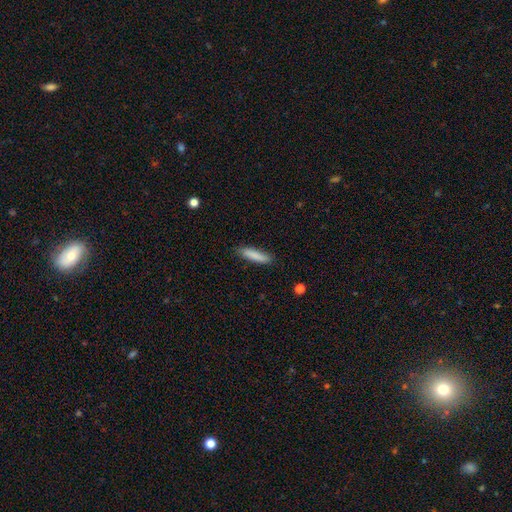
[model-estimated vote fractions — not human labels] Smooth or featured: smooth — 85% (featured or disk — 8%)
How rounded: cigar-shaped — 77% (in between — 22%)
Merging: none — 84% (minor disturbance — 12%)